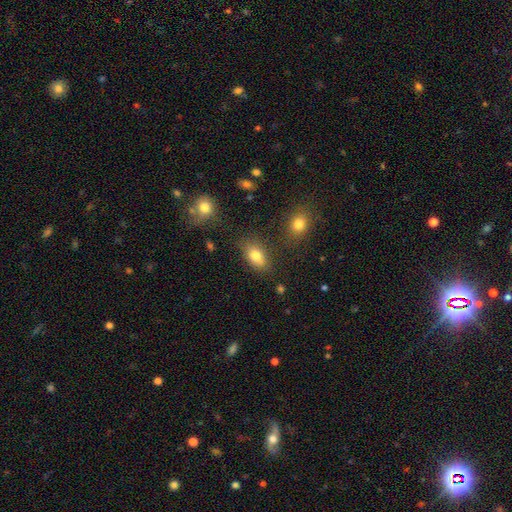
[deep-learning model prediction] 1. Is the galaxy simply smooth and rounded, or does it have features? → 80% smooth, 11% featured or disk, 10% star or artifact.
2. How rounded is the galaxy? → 86% in between, 11% round, 3% cigar-shaped.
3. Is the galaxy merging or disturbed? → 72% none, 17% minor disturbance, 7% merger, 5% major disturbance.